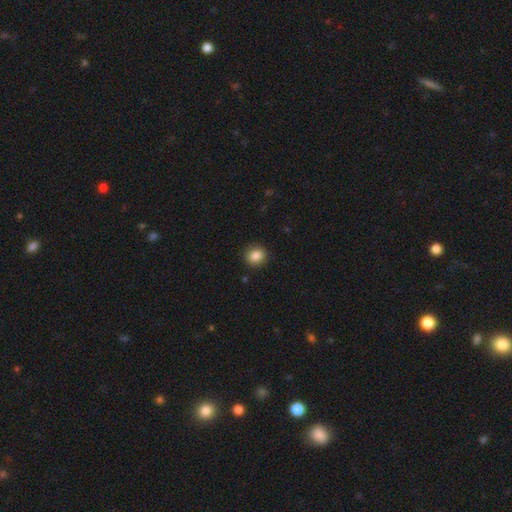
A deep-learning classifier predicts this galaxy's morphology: The model was most divided on "how rounded": round: 79%, in between: 20%, cigar-shaped: 1%. More confident: merging — none (90%); smooth or featured — smooth (86%).